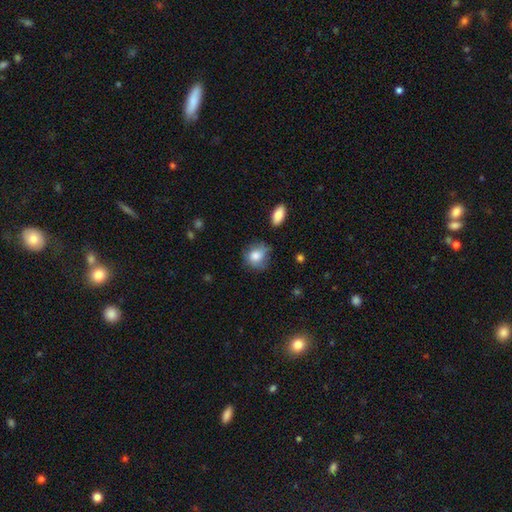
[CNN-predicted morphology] A smooth galaxy with no disk features (79%) that is round (71%).

Vote fractions:
- Smooth or featured? smooth: 79% / featured or disk: 13% / star or artifact: 8%
- How rounded? round: 71% / in between: 28% / cigar-shaped: 1%
- Merging? none: 60% / minor disturbance: 28% / major disturbance: 9% / merger: 3%